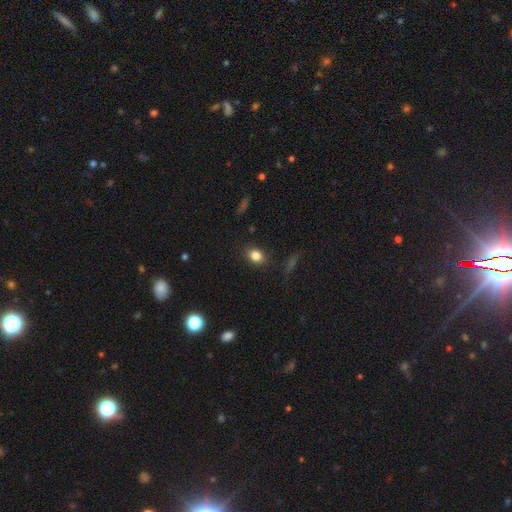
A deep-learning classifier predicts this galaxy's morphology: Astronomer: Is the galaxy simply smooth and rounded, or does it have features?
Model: smooth — 83%.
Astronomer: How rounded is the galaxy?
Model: in between — 66%.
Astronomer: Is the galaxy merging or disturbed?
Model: none — 85%.